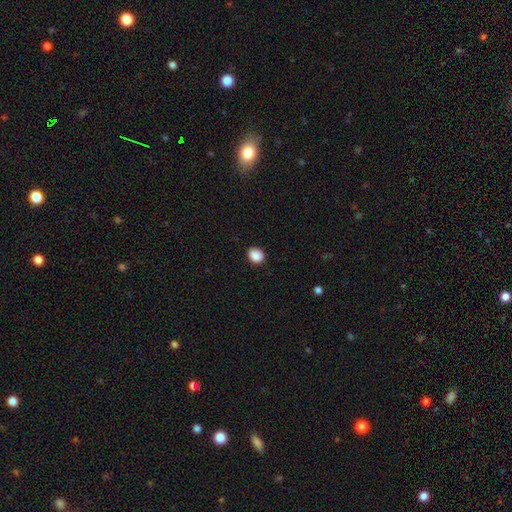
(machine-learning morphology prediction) smooth_or_featured: smooth (p=0.88) [alt: star or artifact p=0.09]
how_rounded: round (p=0.59) [alt: in between p=0.40]
merging: none (p=0.86) [alt: minor disturbance p=0.11]